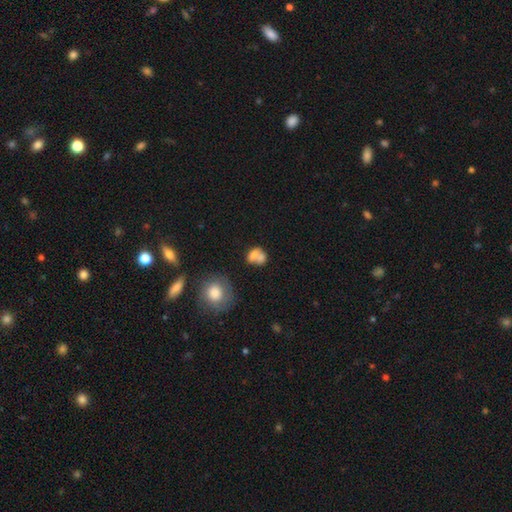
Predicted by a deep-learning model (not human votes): A smooth galaxy with no disk features (66%) that is round (55%). Merging: merger (51%).